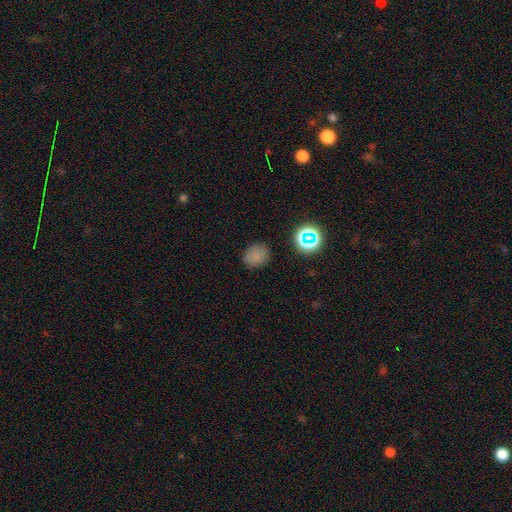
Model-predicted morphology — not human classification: smooth 76%, star or artifact 18%, featured or disk 6%. Down the decision tree: how rounded — round (68%); merging — none (84%).